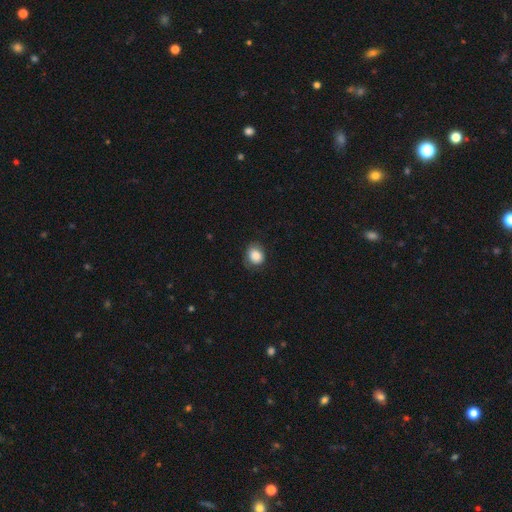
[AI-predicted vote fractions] Smooth or featured? smooth (85%)
How rounded? round (67%)
Merging? none (74%)